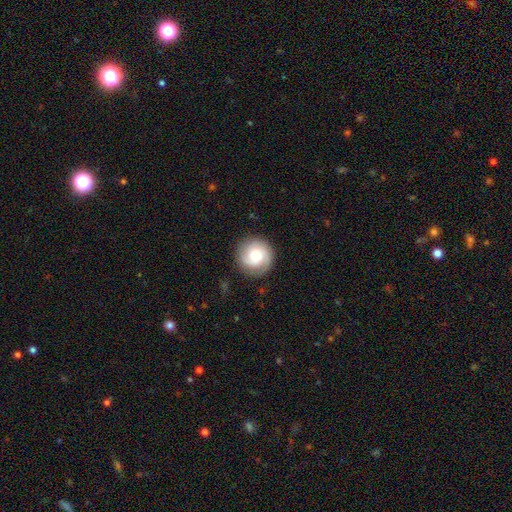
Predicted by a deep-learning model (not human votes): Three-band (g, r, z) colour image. It shows a smooth galaxy with no disk features (52%) that is round (93%). Merging: none (84%).